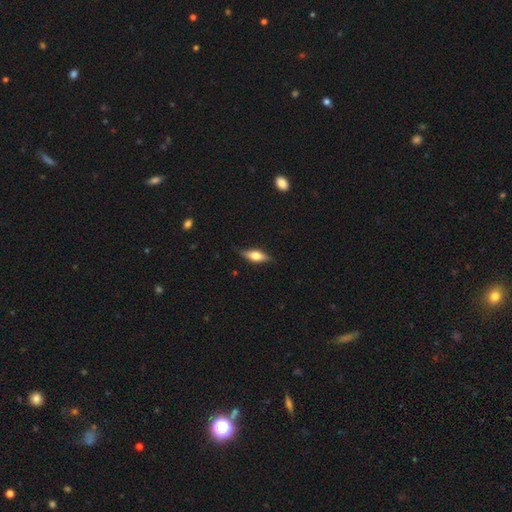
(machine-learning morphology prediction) Smooth or featured?
  - smooth: 57% *
  - featured or disk: 37%
  - star or artifact: 7%
How rounded?
  - in between: 65% *
  - cigar-shaped: 32%
  - round: 3%
Merging?
  - none: 81% *
  - minor disturbance: 15%
  - major disturbance: 3%
  - merger: 1%